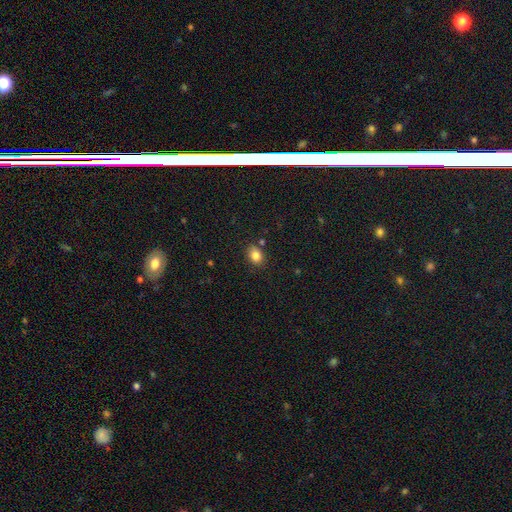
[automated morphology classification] This appears to be a smooth galaxy with no disk features (83%) that is in between round and cigar-shaped (60%). Merging: none (81%).